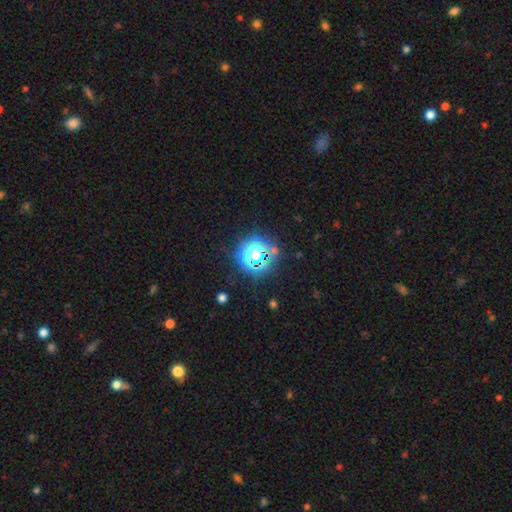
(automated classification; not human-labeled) The model was most divided on "smooth or featured": star or artifact: 65%, smooth: 25%, featured or disk: 10%.